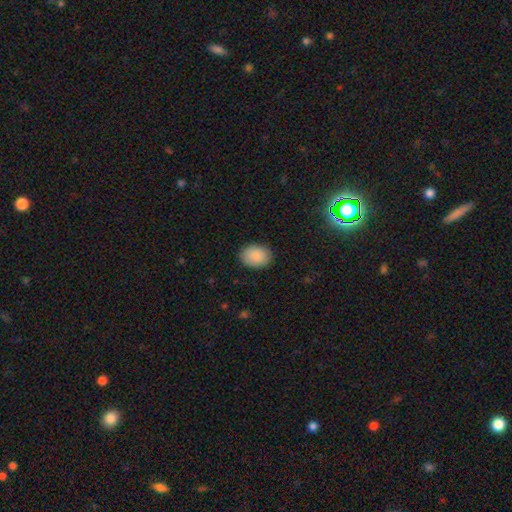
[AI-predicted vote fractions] smooth 89%, star or artifact 7%, featured or disk 4%. Down the decision tree: how rounded — in between (69%); merging — none (87%).